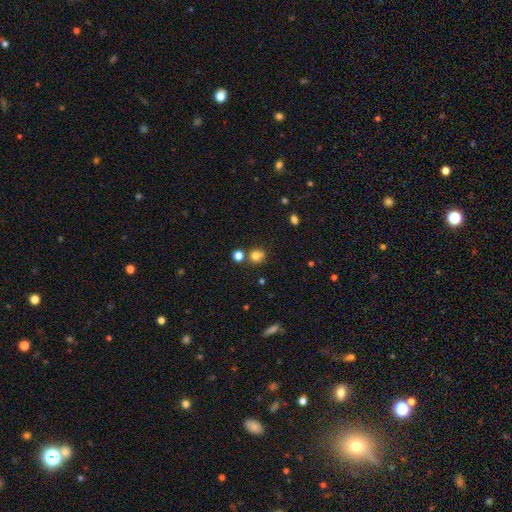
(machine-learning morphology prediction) A smooth galaxy with no disk features (76%) that is round (85%).

Vote fractions:
- Smooth or featured? smooth: 76% / star or artifact: 16% / featured or disk: 8%
- How rounded? round: 85% / in between: 14% / cigar-shaped: 1%
- Merging? none: 64% / merger: 21% / minor disturbance: 11% / major disturbance: 4%